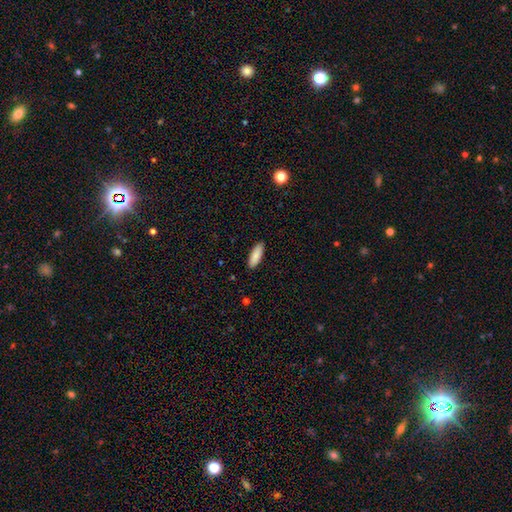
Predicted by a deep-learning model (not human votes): smooth_or_featured: smooth (p=0.87) [alt: featured or disk p=0.07]
how_rounded: in between (p=0.64) [alt: cigar-shaped p=0.35]
merging: none (p=0.90) [alt: minor disturbance p=0.07]